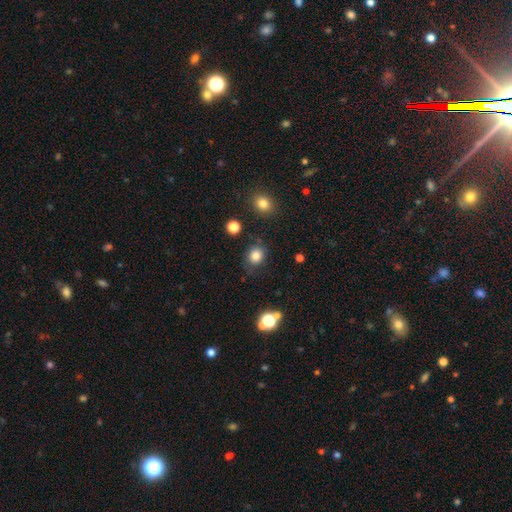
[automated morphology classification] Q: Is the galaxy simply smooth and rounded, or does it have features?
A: smooth — 82%.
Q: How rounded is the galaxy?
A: round — 72%.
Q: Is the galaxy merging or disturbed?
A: none — 77%.